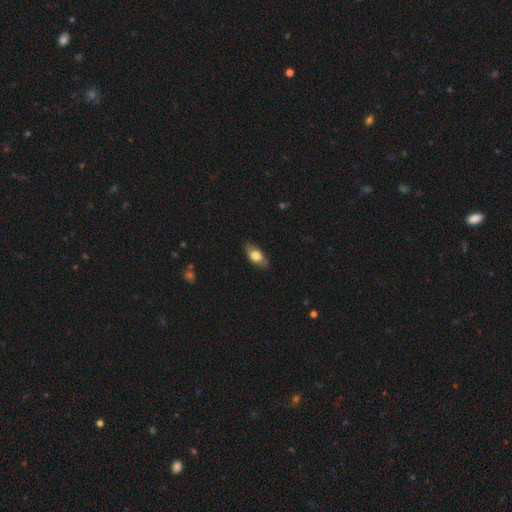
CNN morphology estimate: Smooth or featured: smooth — 72% (featured or disk — 22%)
How rounded: in between — 87% (cigar-shaped — 9%)
Merging: none — 81% (minor disturbance — 15%)